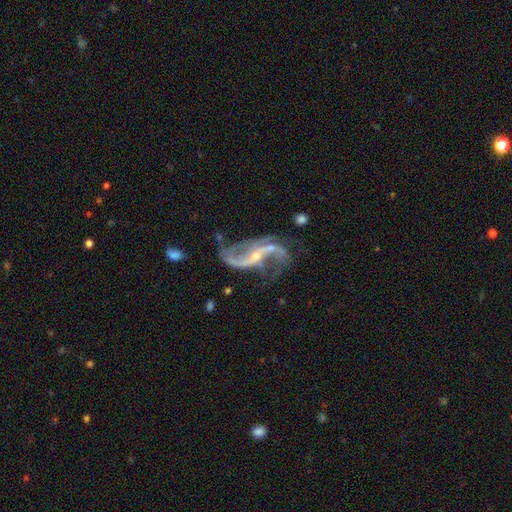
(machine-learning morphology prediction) smooth_or_featured: featured or disk (p=0.91) [alt: star or artifact p=0.06]
disk_edge_on: no (p=0.96) [alt: yes p=0.04]
bar: strong (p=0.35) [alt: weak p=0.33]
has_spiral_arms: yes (p=0.97) [alt: no p=0.03]
spiral_winding: loose (p=0.79) [alt: medium p=0.17]
spiral_arm_count: 2 (p=0.87) [alt: 3 p=0.04]
bulge_size: small (p=0.71) [alt: moderate p=0.25]
merging: none (p=0.57) [alt: minor disturbance p=0.20]